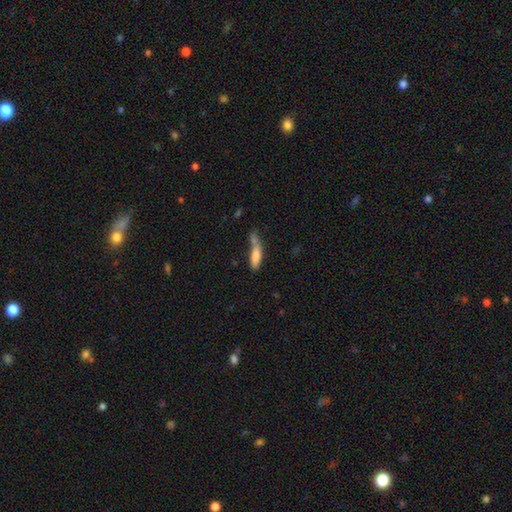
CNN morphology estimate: A smooth galaxy with no disk features (76%) that is cigar-shaped (62%). Merging: merger (35%).